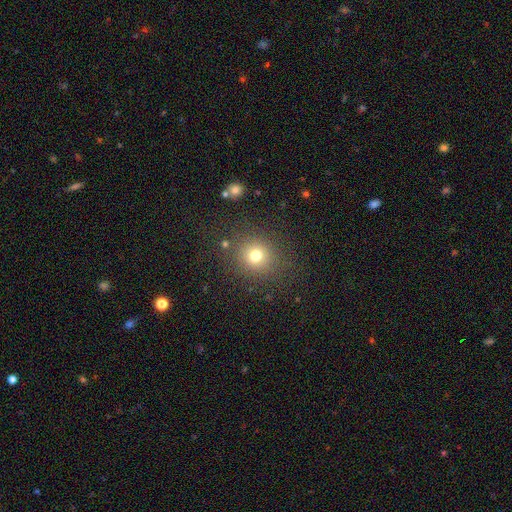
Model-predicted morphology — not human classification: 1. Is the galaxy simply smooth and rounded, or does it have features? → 74% smooth, 18% star or artifact, 9% featured or disk.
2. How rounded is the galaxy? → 84% round, 15% in between, 1% cigar-shaped.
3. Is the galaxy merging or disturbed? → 84% none, 9% minor disturbance, 5% major disturbance, 3% merger.